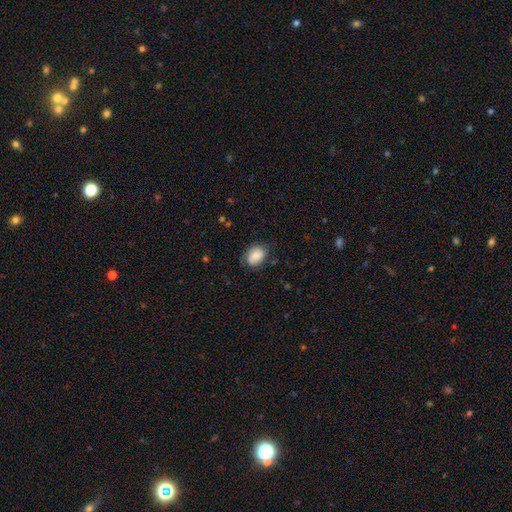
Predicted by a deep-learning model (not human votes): Smooth or featured: smooth — 78% (featured or disk — 14%)
How rounded: in between — 71% (round — 28%)
Merging: none — 67% (minor disturbance — 24%)